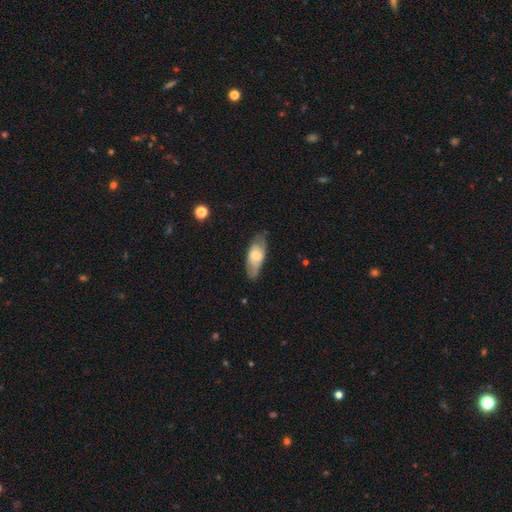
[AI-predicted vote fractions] Smooth or featured: smooth — 57% (featured or disk — 37%)
How rounded: in between — 78% (cigar-shaped — 20%)
Merging: none — 70% (minor disturbance — 23%)